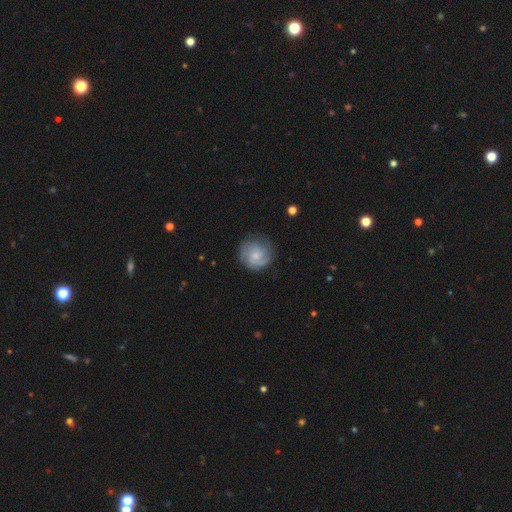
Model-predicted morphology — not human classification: This is likely a featured or disk galaxy (66%). It is clearly not viewed edge-on (98%). Bar: likely no (64%). Spiral arm pattern: clearly yes (93%). Spiral arm count: marginally 2 (39%). Spiral winding: marginally tight (44%). Central bulge: possibly small (59%). Merging: likely none (76%).